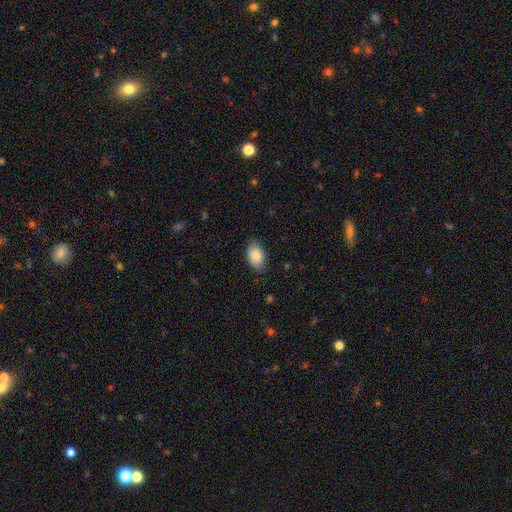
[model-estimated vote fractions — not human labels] A smooth galaxy with no disk features (87%) that is in between round and cigar-shaped (91%).

Vote fractions:
- Smooth or featured? smooth: 87% / featured or disk: 7% / star or artifact: 7%
- How rounded? in between: 91% / round: 8% / cigar-shaped: 1%
- Merging? none: 78% / minor disturbance: 18% / major disturbance: 3% / merger: 1%